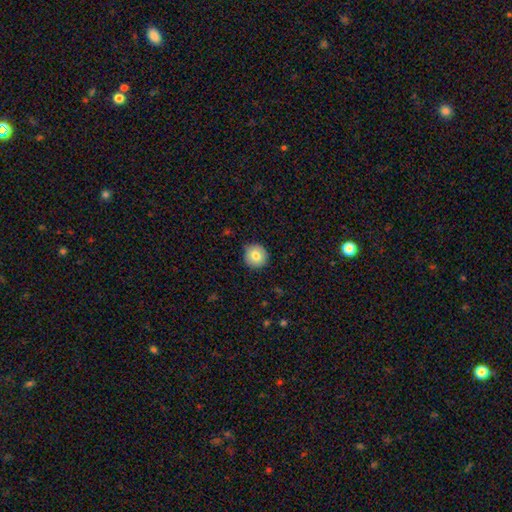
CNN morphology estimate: This is clearly a smooth galaxy (82%). How rounded: clearly round (95%). Merging: clearly none (88%).